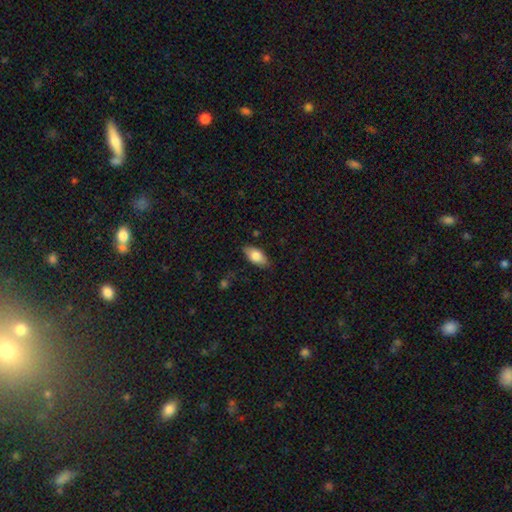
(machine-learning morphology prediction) This appears to be a smooth galaxy with no disk features (78%) that is in between round and cigar-shaped (89%). Merging: none (84%).